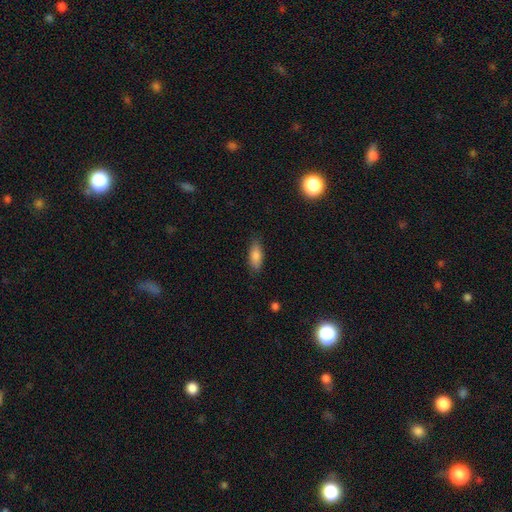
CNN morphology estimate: smooth_or_featured: smooth (p=0.84) [alt: featured or disk p=0.09]
how_rounded: in between (p=0.79) [alt: cigar-shaped p=0.19]
merging: none (p=0.84) [alt: minor disturbance p=0.13]